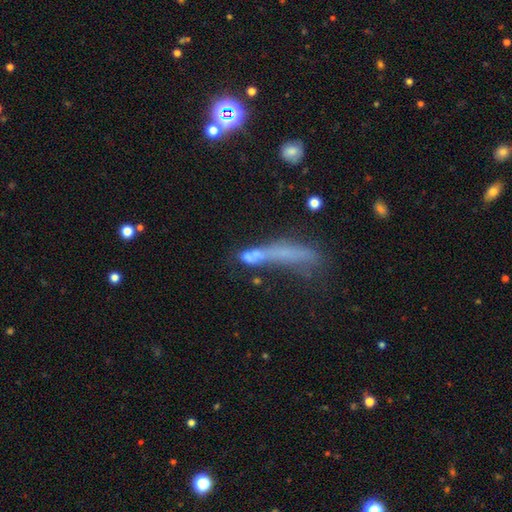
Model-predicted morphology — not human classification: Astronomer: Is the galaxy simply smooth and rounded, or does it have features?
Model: smooth — 49% (runner-up: featured or disk, 36%).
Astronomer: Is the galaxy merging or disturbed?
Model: none — 29% (runner-up: major disturbance, 27%).